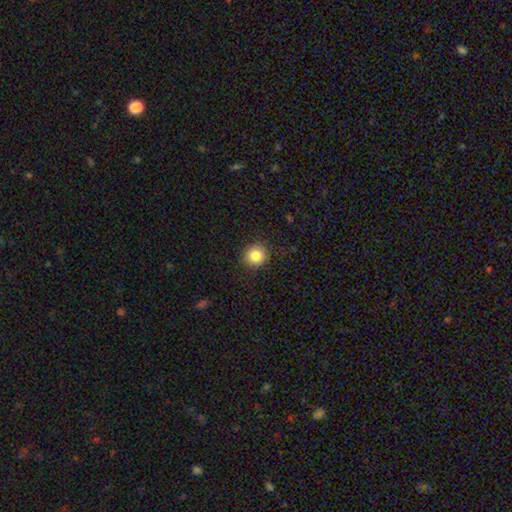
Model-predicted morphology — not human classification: Smooth or featured?
  - smooth: 84% *
  - star or artifact: 10%
  - featured or disk: 6%
How rounded?
  - round: 91% *
  - in between: 9%
  - cigar-shaped: 1%
Merging?
  - none: 90% *
  - minor disturbance: 7%
  - major disturbance: 2%
  - merger: 1%